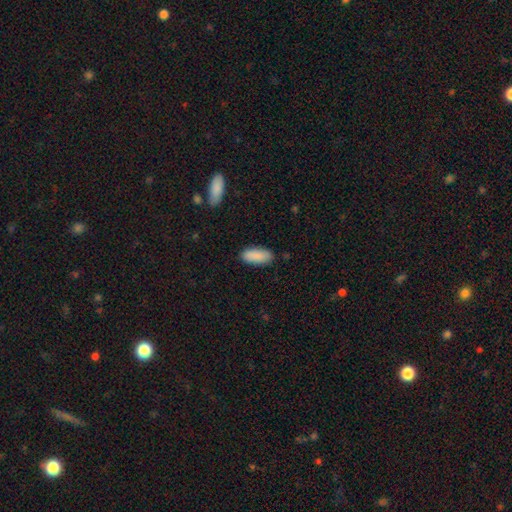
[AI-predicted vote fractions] A smooth galaxy with no disk features (89%) that is in between round and cigar-shaped (82%). Merging: none (86%).